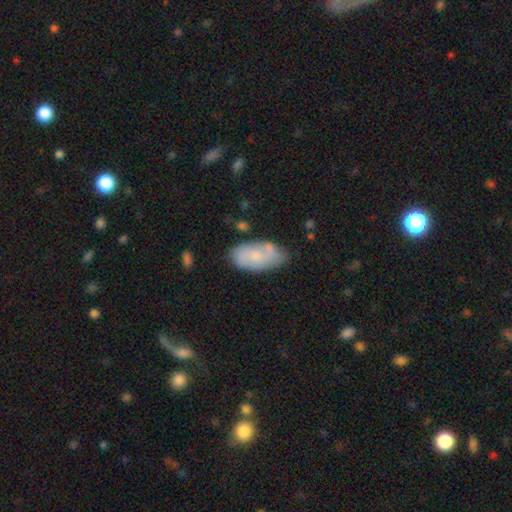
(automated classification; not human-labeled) This is possibly a smooth galaxy (58%). How rounded: clearly in between (92%). Merging: likely none (65%).